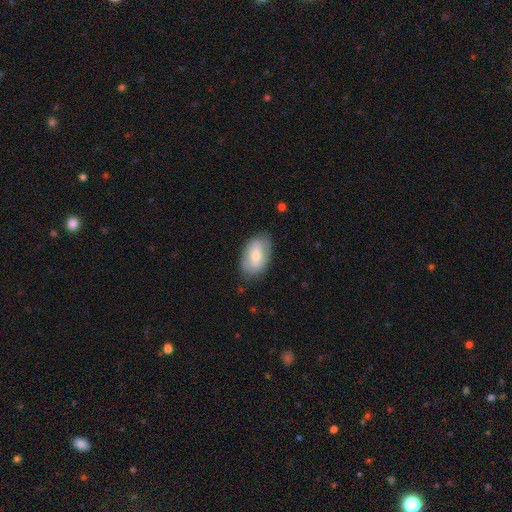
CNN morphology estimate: Smooth or featured?
  - smooth: 62% *
  - featured or disk: 32%
  - star or artifact: 6%
How rounded?
  - in between: 90% *
  - round: 8%
  - cigar-shaped: 2%
Merging?
  - none: 76% *
  - minor disturbance: 18%
  - major disturbance: 5%
  - merger: 1%